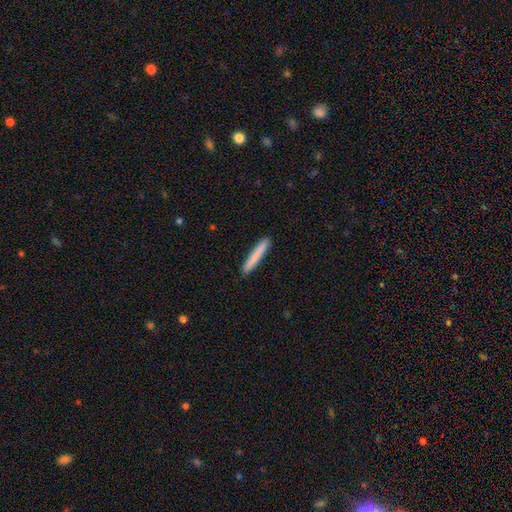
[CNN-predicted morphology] Smooth or featured?
  - smooth: 82% *
  - featured or disk: 12%
  - star or artifact: 6%
How rounded?
  - cigar-shaped: 96% *
  - in between: 3%
  - round: 1%
Merging?
  - none: 92% *
  - minor disturbance: 5%
  - major disturbance: 1%
  - merger: 1%